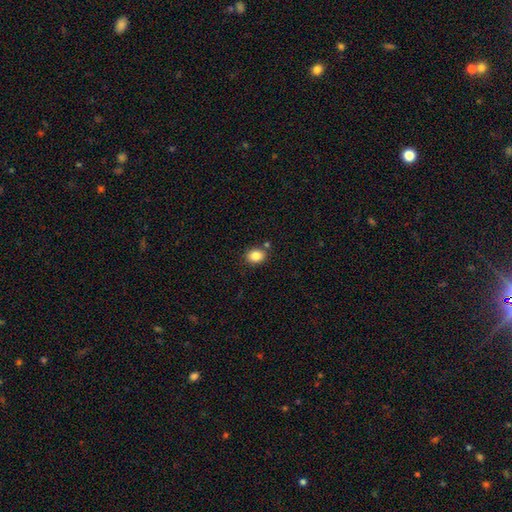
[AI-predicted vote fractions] Smooth or featured? smooth (85%)
How rounded? in between (54%)
Merging? none (79%)